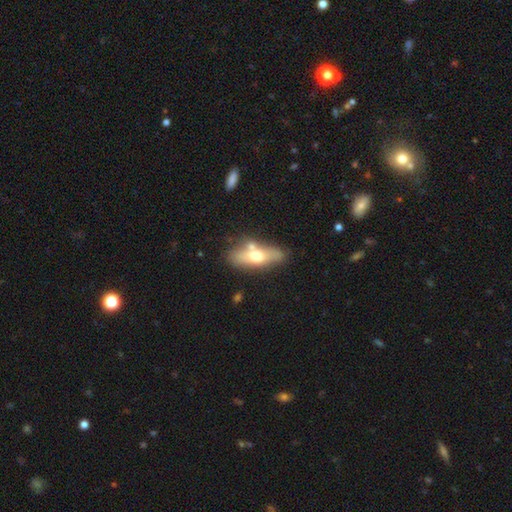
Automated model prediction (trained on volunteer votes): Smooth or featured? Predicted: smooth (p=0.57). How rounded? Predicted: in between (p=0.64). Merging? Predicted: none (p=0.63).